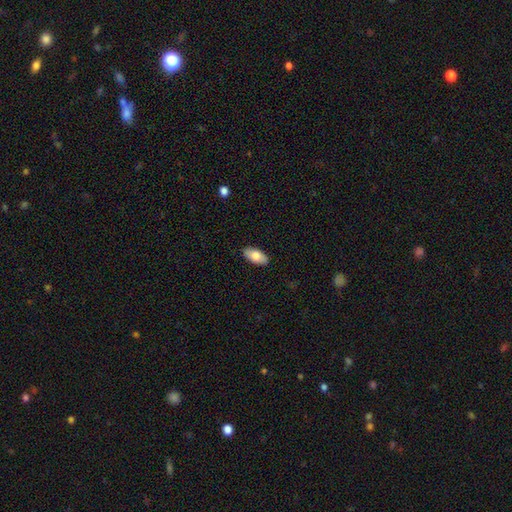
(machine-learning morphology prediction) Smooth or featured? smooth (80%)
How rounded? in between (92%)
Merging? none (89%)